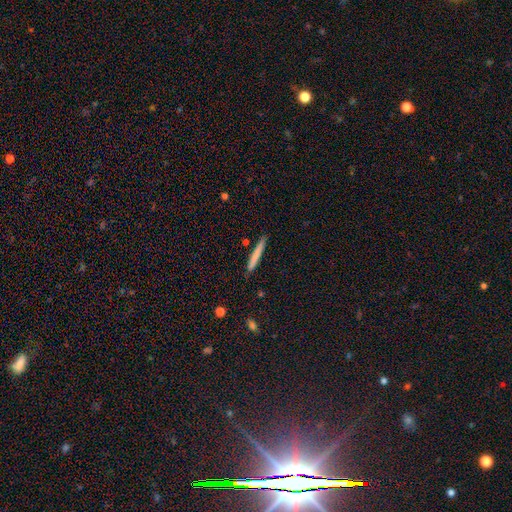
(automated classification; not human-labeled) Smooth or featured? Predicted: smooth (p=0.74). How rounded? Predicted: cigar-shaped (p=0.96). Merging? Predicted: none (p=0.88).